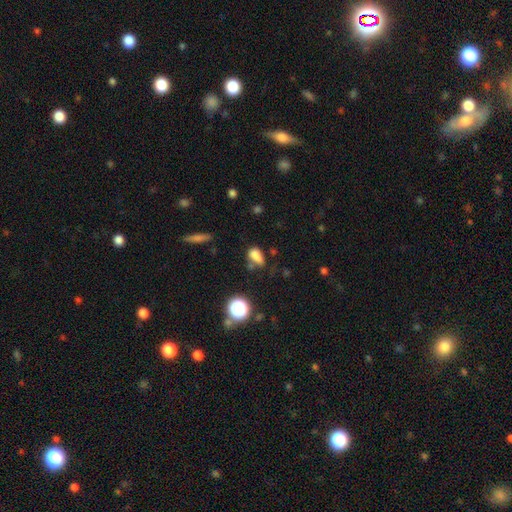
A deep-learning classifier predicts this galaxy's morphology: This appears to be a smooth galaxy with no disk features (79%) that is in between round and cigar-shaped (79%). Merging: none (53%).